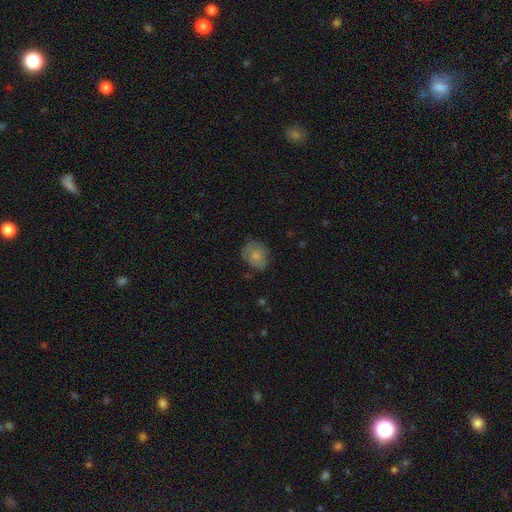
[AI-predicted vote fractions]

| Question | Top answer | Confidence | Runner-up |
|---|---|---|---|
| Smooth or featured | smooth | 75% | featured or disk (17%) |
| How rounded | in between | 52% | round (47%) |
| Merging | none | 67% | minor disturbance (24%) |